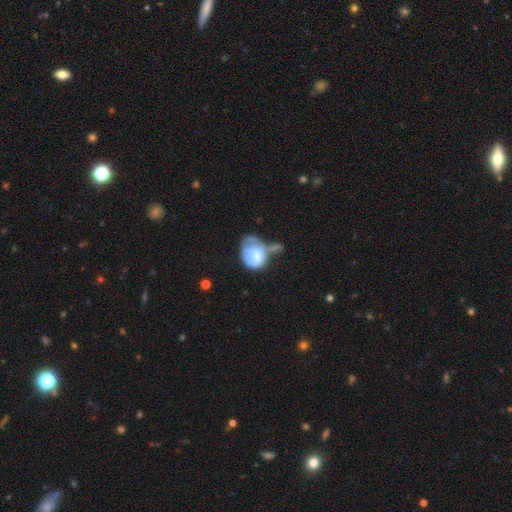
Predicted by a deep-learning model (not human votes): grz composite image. It shows a smooth galaxy with no disk features (50%) that is in between round and cigar-shaped (67%). Merging: major disturbance (35%).